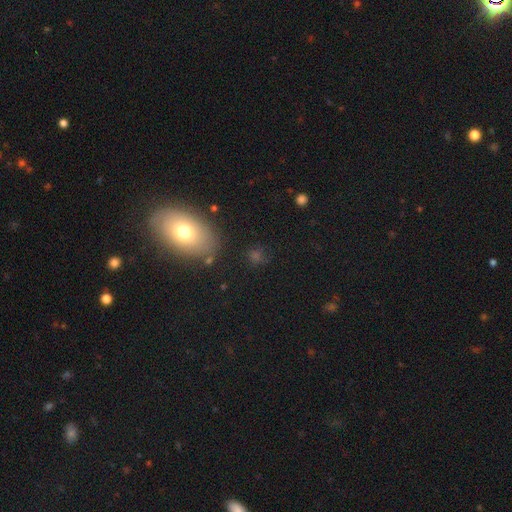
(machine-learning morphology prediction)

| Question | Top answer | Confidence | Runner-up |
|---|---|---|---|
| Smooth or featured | smooth | 58% | star or artifact (24%) |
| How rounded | in between | 51% | round (46%) |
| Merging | none | 78% | minor disturbance (13%) |